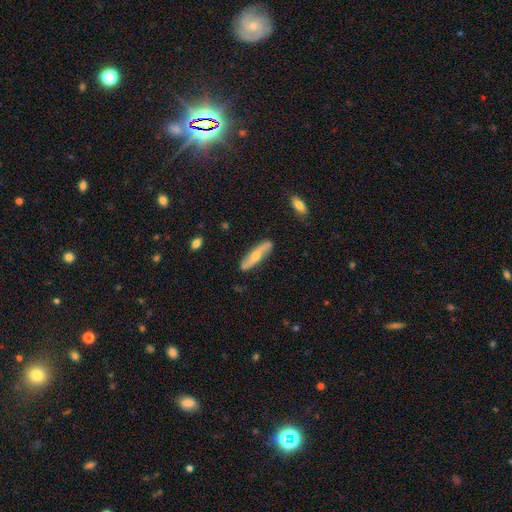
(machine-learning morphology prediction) smooth_or_featured: featured or disk (p=0.56) [alt: smooth p=0.38]
disk_edge_on: no (p=0.60) [alt: yes p=0.40]
merging: none (p=0.83) [alt: minor disturbance p=0.13]